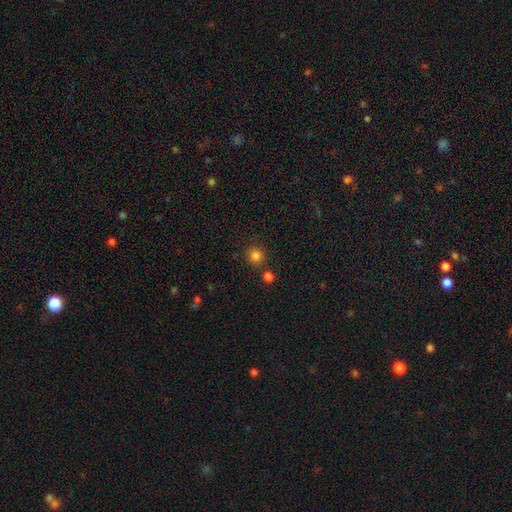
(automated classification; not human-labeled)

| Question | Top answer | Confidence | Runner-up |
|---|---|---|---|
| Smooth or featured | smooth | 82% | star or artifact (13%) |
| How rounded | round | 91% | in between (8%) |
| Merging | none | 80% | merger (10%) |